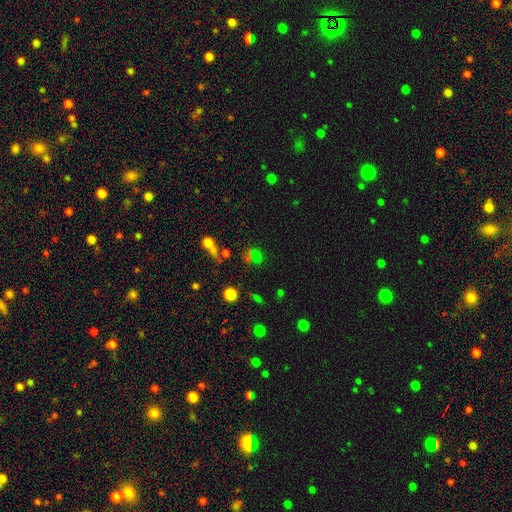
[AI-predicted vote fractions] This appears to be a smooth galaxy with no disk features (46%). Merging: none (55%).